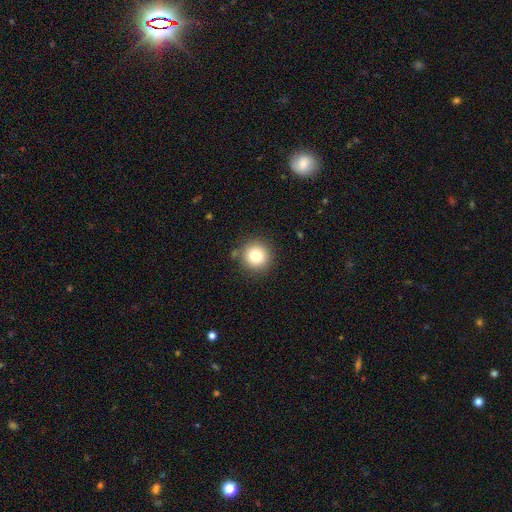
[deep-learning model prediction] A smooth galaxy with no disk features (79%) that is round (94%). Merging: none (87%).